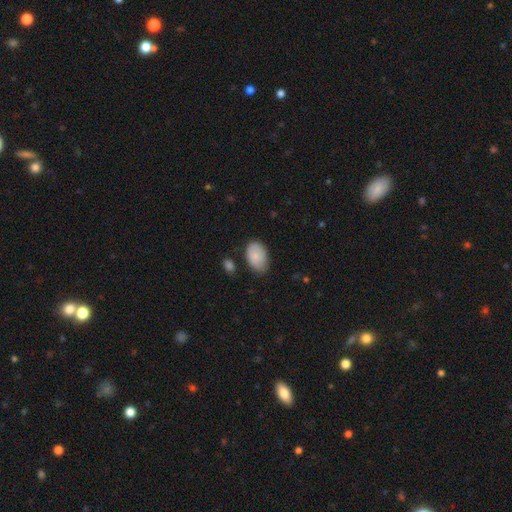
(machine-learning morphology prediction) Smooth or featured? smooth (84%)
How rounded? in between (91%)
Merging? none (68%)